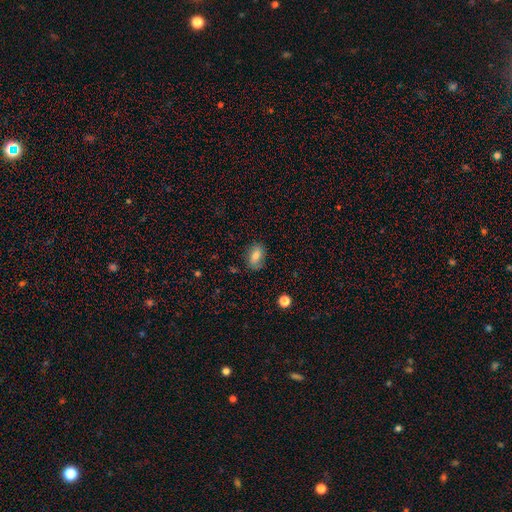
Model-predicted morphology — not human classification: This appears to be a smooth galaxy with no disk features (73%) that is in between round and cigar-shaped (84%). Merging: none (77%).